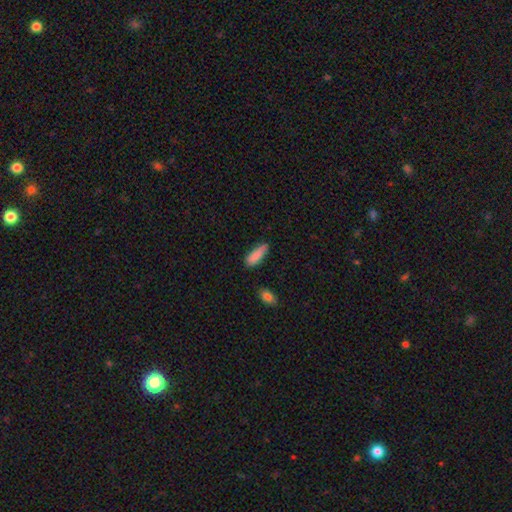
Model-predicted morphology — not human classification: type=smooth (86%); roundness=cigar-shaped (52%); merging=none (67%).